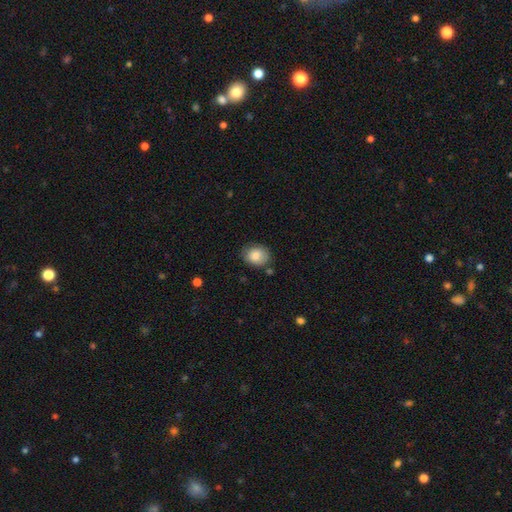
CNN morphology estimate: Smooth or featured: smooth — 84% (featured or disk — 8%)
How rounded: in between — 50% (round — 49%)
Merging: none — 75% (minor disturbance — 18%)